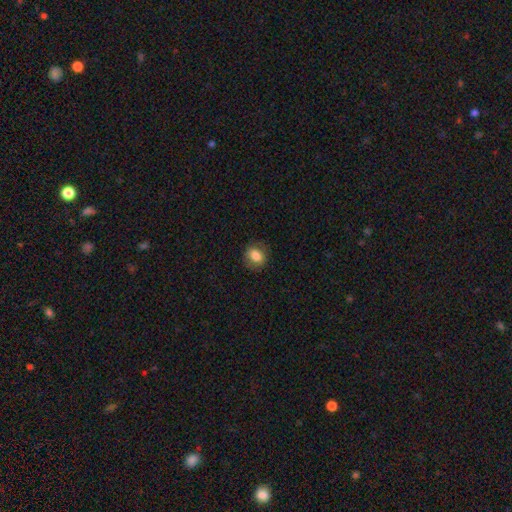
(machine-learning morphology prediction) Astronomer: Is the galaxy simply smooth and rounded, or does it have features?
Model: smooth — 82%.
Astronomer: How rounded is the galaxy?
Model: in between — 51% (runner-up: round, 48%).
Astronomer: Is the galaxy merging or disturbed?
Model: none — 83%.